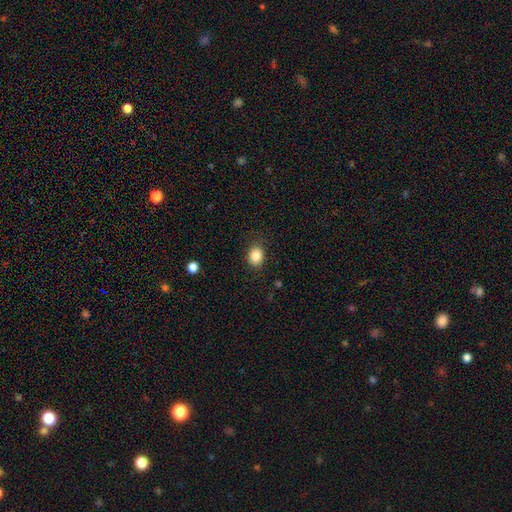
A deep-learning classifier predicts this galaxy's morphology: Smooth or featured? smooth (85%)
How rounded? in between (52%)
Merging? none (83%)